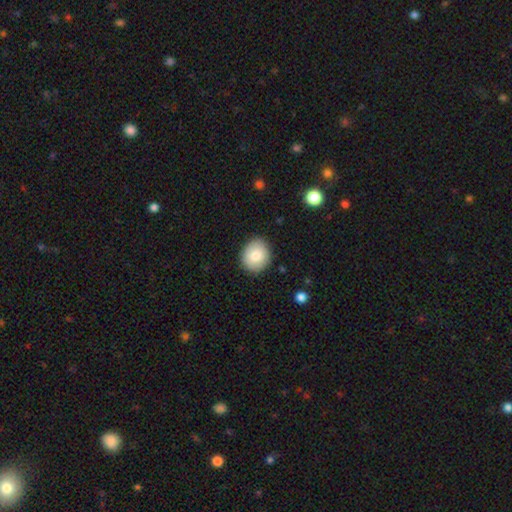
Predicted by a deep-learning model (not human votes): This is clearly a smooth galaxy (83%). How rounded: likely round (61%). Merging: clearly none (88%).